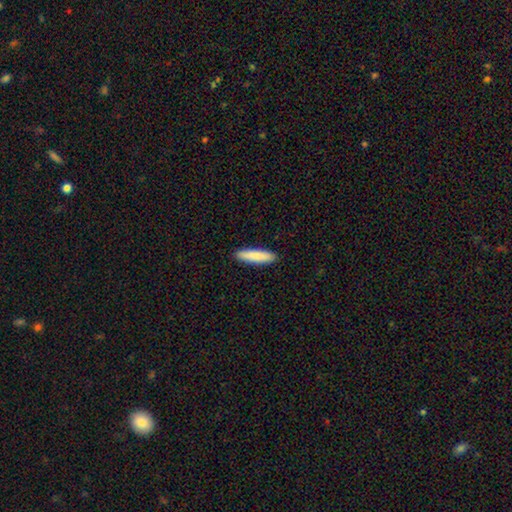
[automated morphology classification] A smooth galaxy with no disk features (86%) that is cigar-shaped (78%). Merging: none (92%).